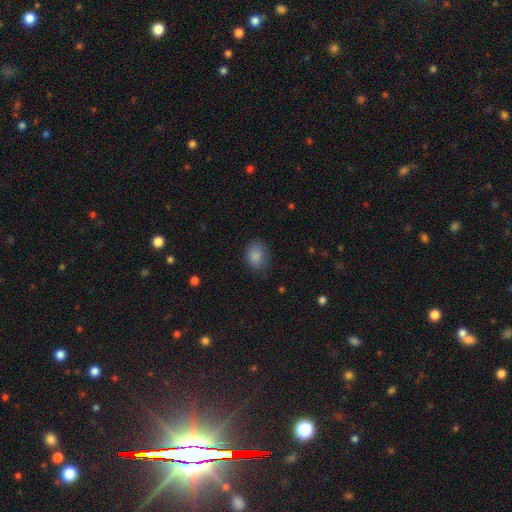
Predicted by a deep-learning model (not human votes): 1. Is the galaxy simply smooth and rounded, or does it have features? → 86% smooth, 9% star or artifact, 5% featured or disk.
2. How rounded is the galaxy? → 51% in between, 48% round, 1% cigar-shaped.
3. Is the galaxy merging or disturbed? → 75% none, 19% minor disturbance, 5% major disturbance, 1% merger.